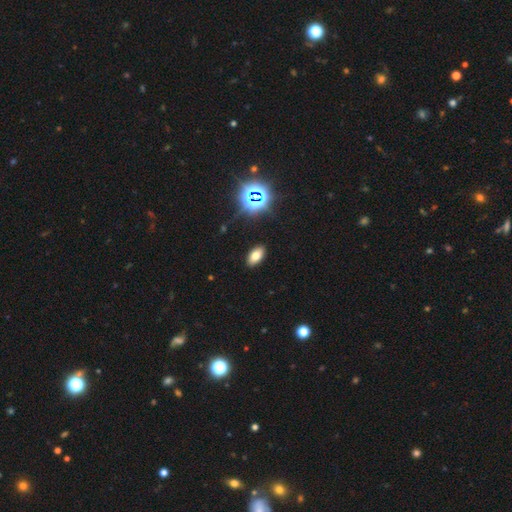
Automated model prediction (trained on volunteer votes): This is likely a smooth galaxy (70%). How rounded: clearly in between (91%). Merging: clearly none (89%).